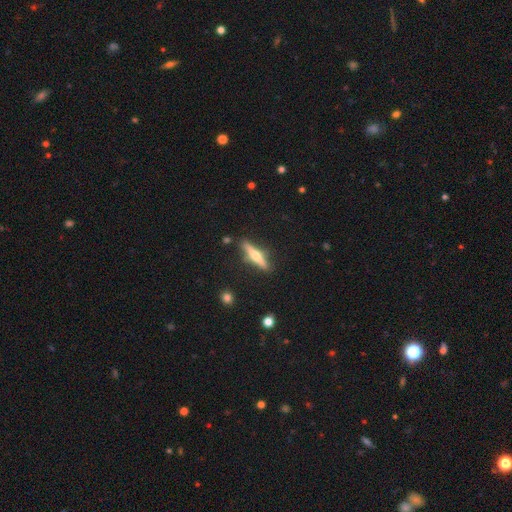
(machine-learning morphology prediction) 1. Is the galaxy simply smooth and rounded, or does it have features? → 62% featured or disk, 32% smooth, 6% star or artifact.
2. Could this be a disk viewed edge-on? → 96% yes, 4% no.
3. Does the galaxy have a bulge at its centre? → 93% rounded, 4% none, 3% boxy.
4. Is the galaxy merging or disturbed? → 87% none, 9% minor disturbance, 2% major disturbance, 2% merger.